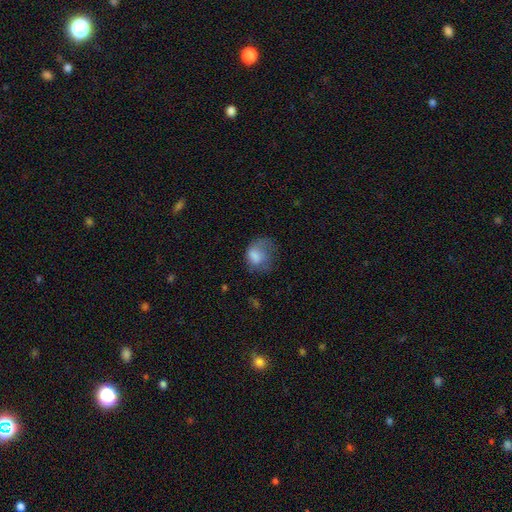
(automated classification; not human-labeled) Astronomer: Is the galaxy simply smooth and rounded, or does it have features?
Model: smooth — 73%.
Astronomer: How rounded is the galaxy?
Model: in between — 54% (runner-up: round, 45%).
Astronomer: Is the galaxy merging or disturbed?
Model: major disturbance — 43% (runner-up: minor disturbance, 29%).